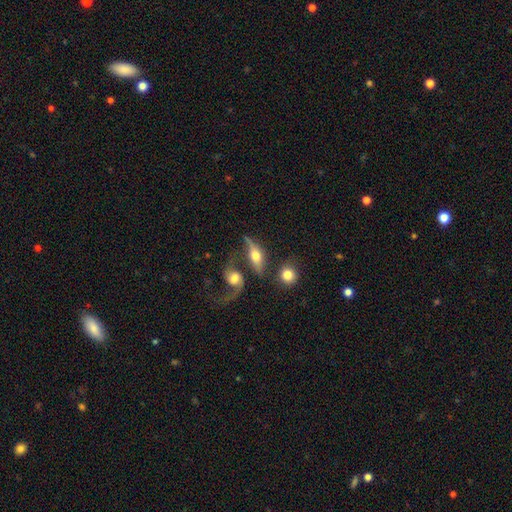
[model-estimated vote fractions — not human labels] The model was most divided on "merging": merger: 39%, none: 31%, major disturbance: 18%, minor disturbance: 13%. More confident: edge-on disk — no (74%); smooth or featured — featured or disk (58%).